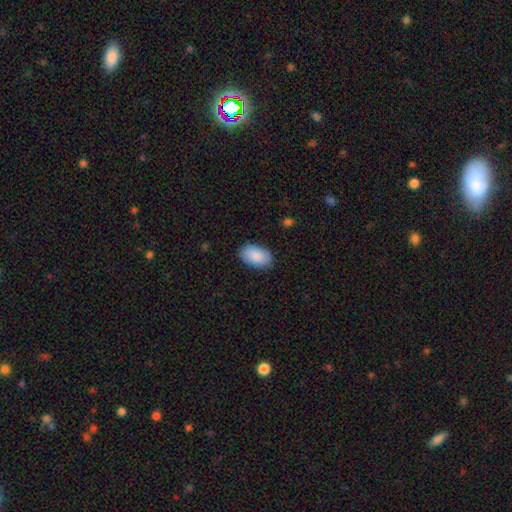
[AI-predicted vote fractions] smooth-or-featured: smooth: 89% | star or artifact: 6% | featured or disk: 5%
  how-rounded: in between: 93% | round: 6% | cigar-shaped: 1%
  merging: none: 87% | minor disturbance: 10% | major disturbance: 2% | merger: 1%